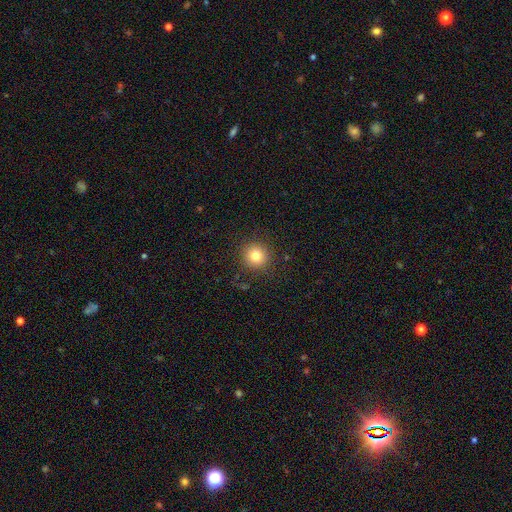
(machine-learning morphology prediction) This is clearly a smooth galaxy (81%). How rounded: clearly round (92%). Merging: clearly none (89%).